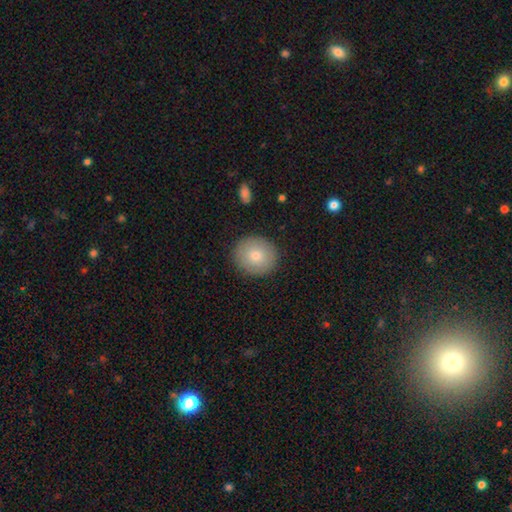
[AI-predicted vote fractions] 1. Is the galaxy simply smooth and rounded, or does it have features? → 77% smooth, 14% featured or disk, 8% star or artifact.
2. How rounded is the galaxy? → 84% round, 15% in between, 1% cigar-shaped.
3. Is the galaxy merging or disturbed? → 90% none, 7% minor disturbance, 2% major disturbance, 1% merger.